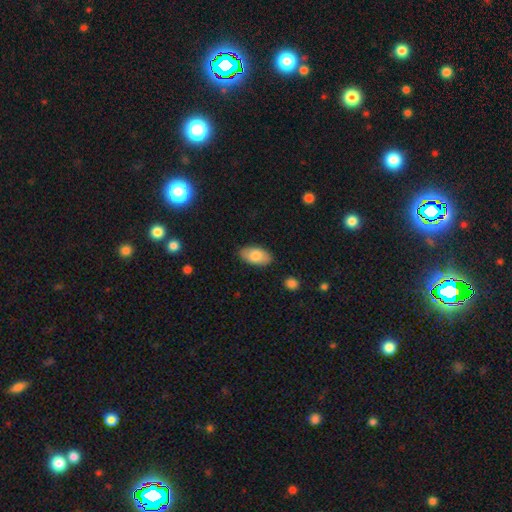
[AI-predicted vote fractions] A smooth galaxy with no disk features (79%) that is in between round and cigar-shaped (94%). Merging: none (86%).